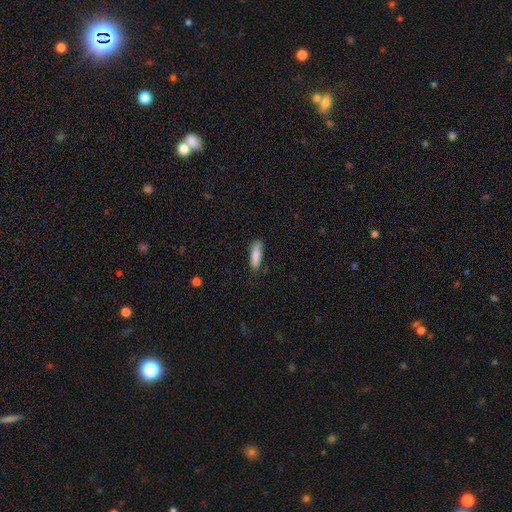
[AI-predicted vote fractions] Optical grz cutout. It shows a smooth galaxy with no disk features (85%) that is cigar-shaped (61%). Merging: none (80%).